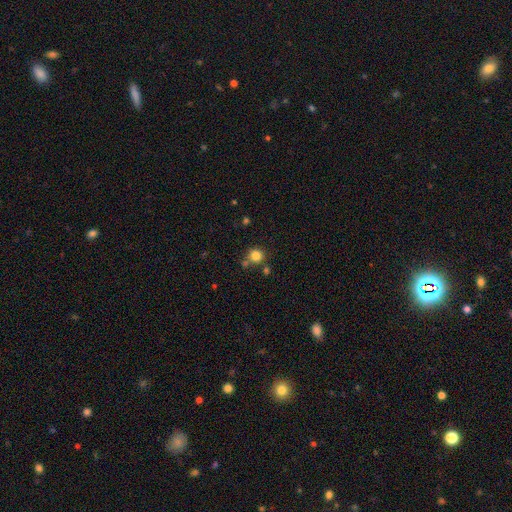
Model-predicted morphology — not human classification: Smooth or featured? smooth (82%)
How rounded? round (92%)
Merging? none (72%)